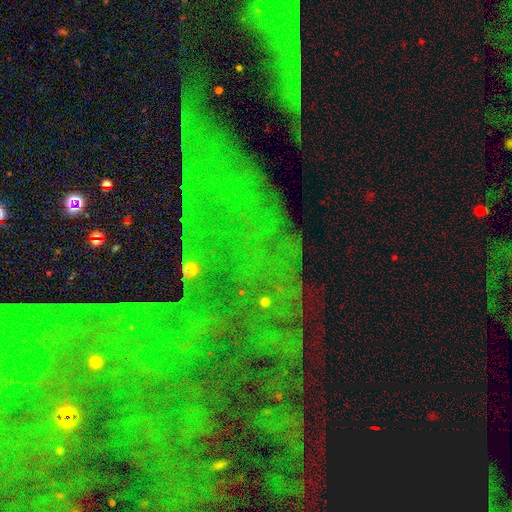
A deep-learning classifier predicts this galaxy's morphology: smooth_or_featured: star or artifact (p=0.79) [alt: featured or disk p=0.12]